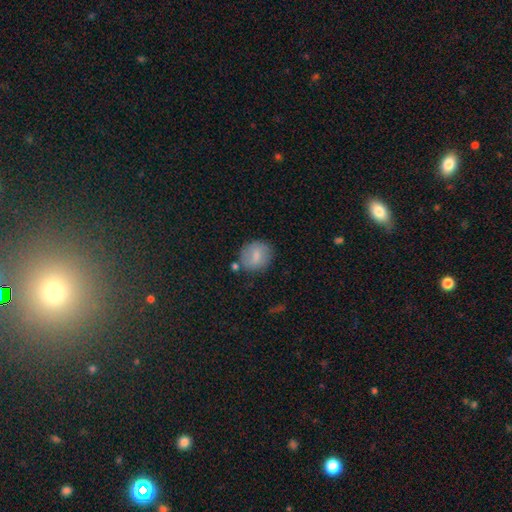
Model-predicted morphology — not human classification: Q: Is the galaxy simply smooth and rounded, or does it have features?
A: smooth — 74%.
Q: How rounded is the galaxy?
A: round — 68%.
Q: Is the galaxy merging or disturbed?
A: none — 72%.